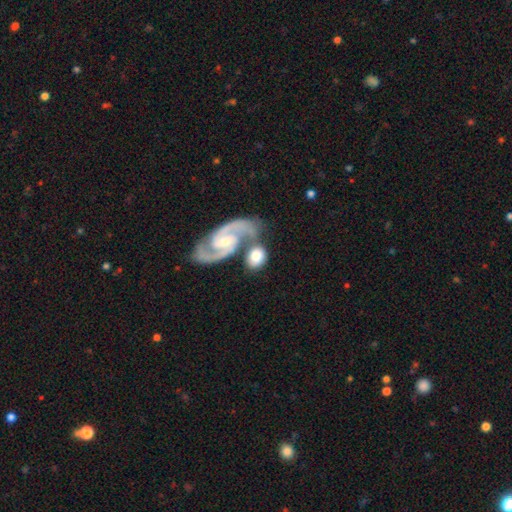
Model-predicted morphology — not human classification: This is possibly a featured or disk galaxy (57%). It is clearly not viewed edge-on (95%). Bar: marginally weak (44%). Spiral arm pattern: clearly yes (93%). Spiral arm count: clearly 2 (92%). Spiral winding: possibly medium (54%). Central bulge: marginally moderate (40%, tied with small). Merging: marginally none (43%).